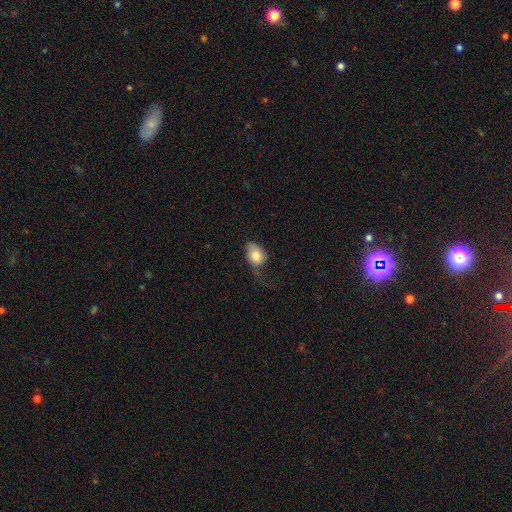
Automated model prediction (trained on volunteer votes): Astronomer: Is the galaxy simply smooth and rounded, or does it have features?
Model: smooth — 74%.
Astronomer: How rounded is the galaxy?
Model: in between — 74%.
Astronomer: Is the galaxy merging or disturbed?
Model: major disturbance — 46% (runner-up: minor disturbance, 28%).